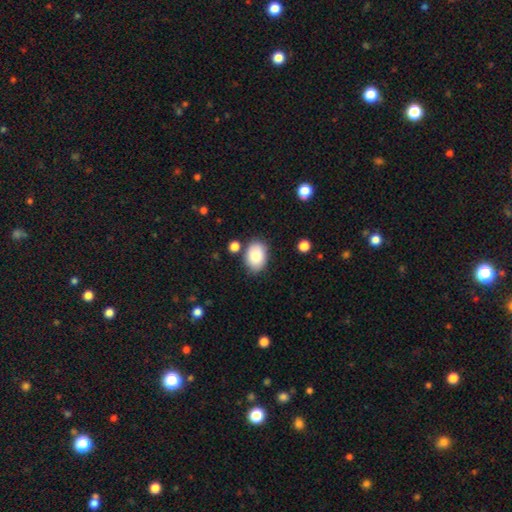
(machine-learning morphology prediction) Overall: smooth (85%). How rounded: in between (82%). Merging: none (79%).